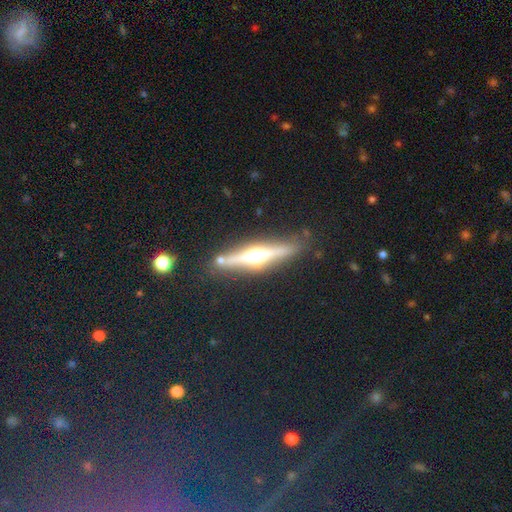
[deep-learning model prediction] A featured or disk galaxy (77%) viewed edge-on (96%) with a rounded central bulge (94%).

Vote fractions:
- Smooth or featured? featured or disk: 77% / smooth: 17% / star or artifact: 6%
- Edge-on disk? yes: 96% / no: 4%
- Edge-on bulge? rounded: 94% / boxy: 4% / none: 2%
- Merging? none: 81% / minor disturbance: 11% / merger: 5% / major disturbance: 3%